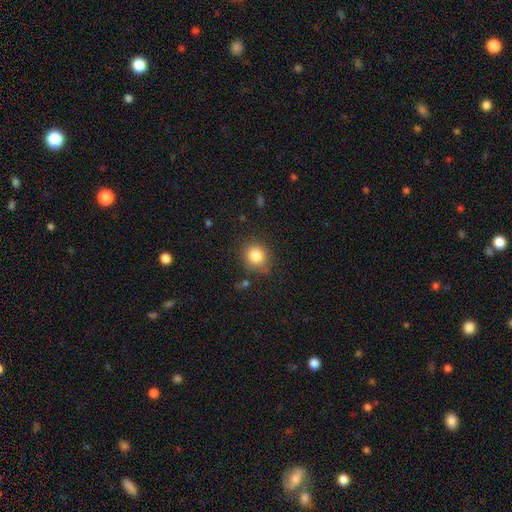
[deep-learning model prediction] Morphology: type=smooth (83%); roundness=round (80%); merging=none (82%).